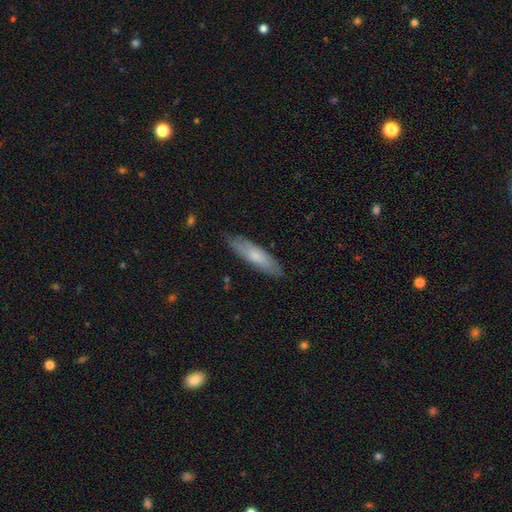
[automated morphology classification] A smooth galaxy with no disk features (67%) that is cigar-shaped (65%). Merging: none (82%).